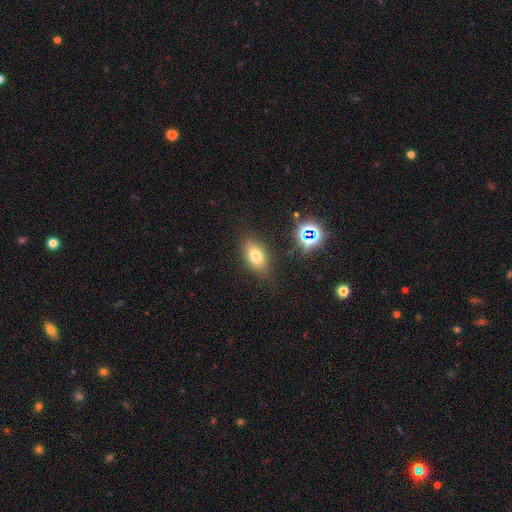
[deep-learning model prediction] Smooth or featured? smooth (71%)
How rounded? in between (85%)
Merging? none (80%)